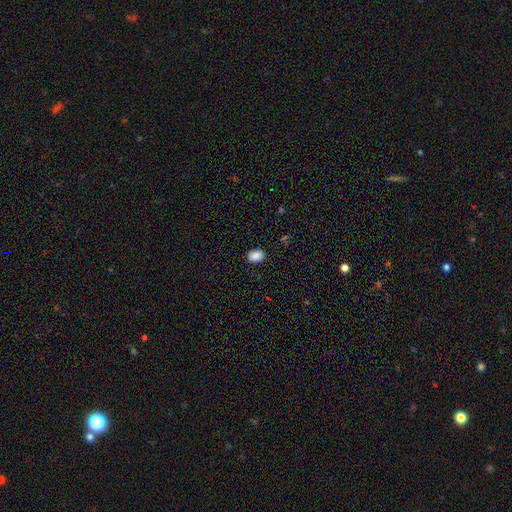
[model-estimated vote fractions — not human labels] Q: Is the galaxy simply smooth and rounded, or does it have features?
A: smooth — 89%.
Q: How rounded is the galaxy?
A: in between — 78%.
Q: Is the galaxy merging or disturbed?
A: none — 89%.